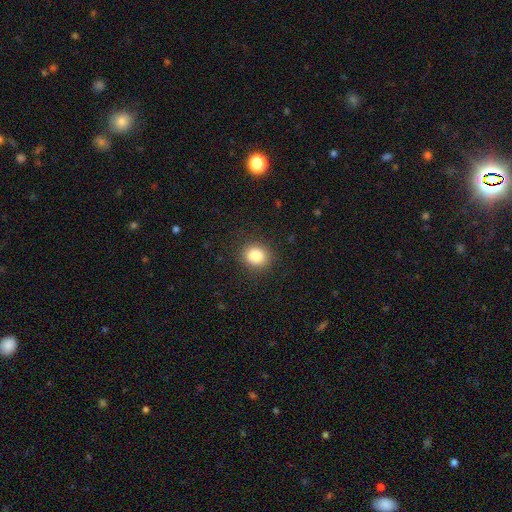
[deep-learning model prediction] Smooth or featured: smooth — 84% (star or artifact — 10%)
How rounded: round — 80% (in between — 19%)
Merging: none — 89% (minor disturbance — 7%)